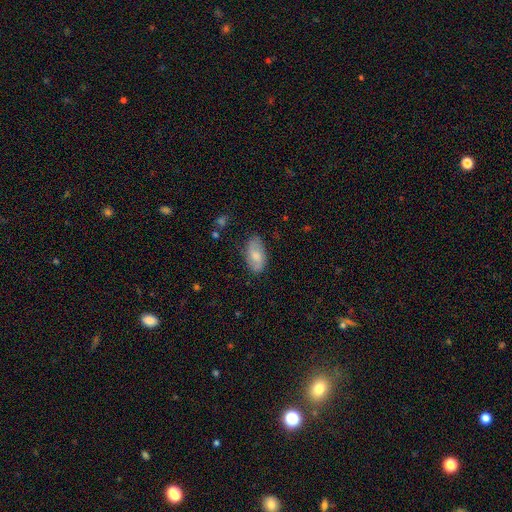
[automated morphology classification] type=smooth (60%); roundness=in between (93%); merging=none (77%).